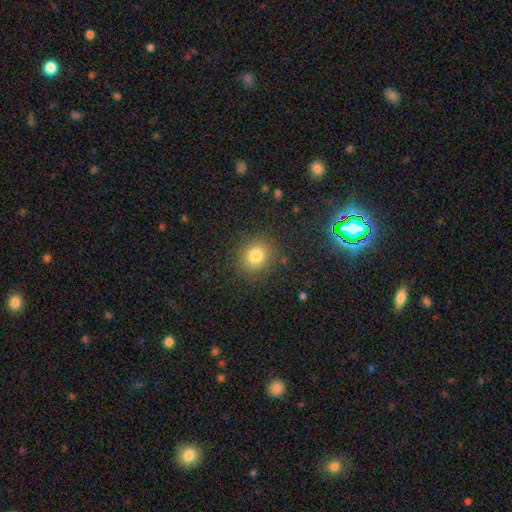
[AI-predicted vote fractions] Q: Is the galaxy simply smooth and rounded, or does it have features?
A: smooth — 80%.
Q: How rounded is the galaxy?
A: round — 82%.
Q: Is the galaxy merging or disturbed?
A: none — 87%.